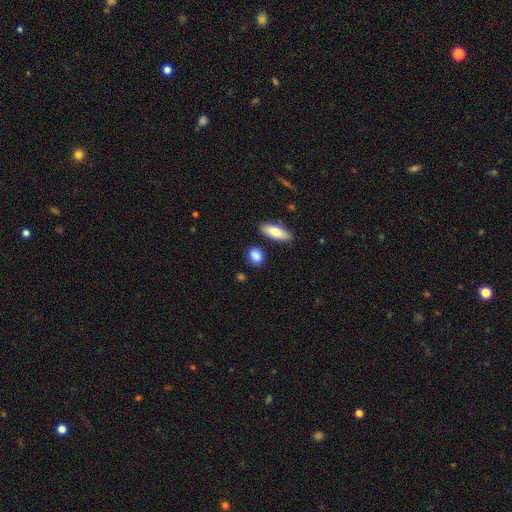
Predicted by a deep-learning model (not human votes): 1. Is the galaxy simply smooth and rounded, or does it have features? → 87% smooth, 8% star or artifact, 6% featured or disk.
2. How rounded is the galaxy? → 61% in between, 33% round, 6% cigar-shaped.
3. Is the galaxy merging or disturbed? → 79% none, 12% minor disturbance, 5% merger, 3% major disturbance.